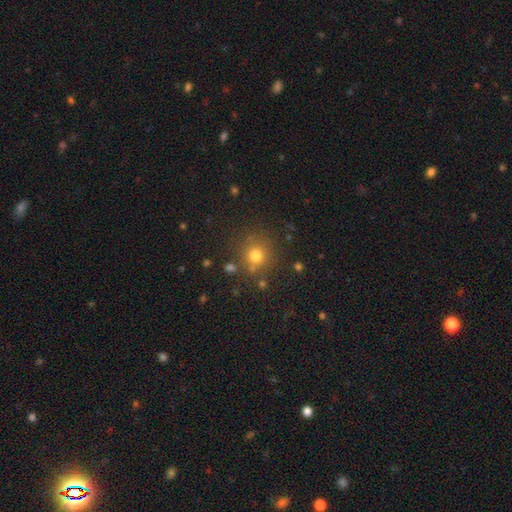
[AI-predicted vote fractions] This appears to be a smooth galaxy with no disk features (74%) that is round (93%). Merging: none (81%).